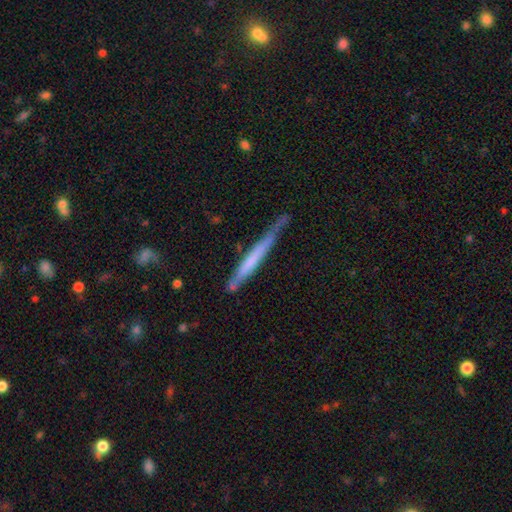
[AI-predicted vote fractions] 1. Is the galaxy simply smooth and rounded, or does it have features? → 49% featured or disk, 45% smooth, 7% star or artifact.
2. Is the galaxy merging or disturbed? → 61% none, 28% minor disturbance, 7% major disturbance, 4% merger.